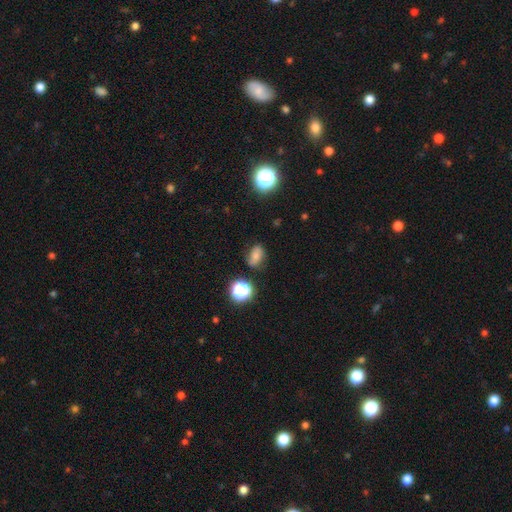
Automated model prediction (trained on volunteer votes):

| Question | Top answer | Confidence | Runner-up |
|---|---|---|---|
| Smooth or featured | smooth | 61% | featured or disk (21%) |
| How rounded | in between | 74% | round (23%) |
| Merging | none | 75% | minor disturbance (18%) |